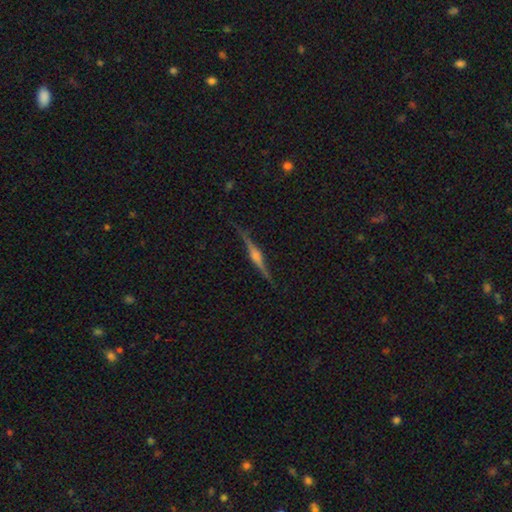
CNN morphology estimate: This appears to be a featured or disk galaxy (83%) viewed edge-on (98%) with a rounded central bulge (81%). Merging: none (87%).